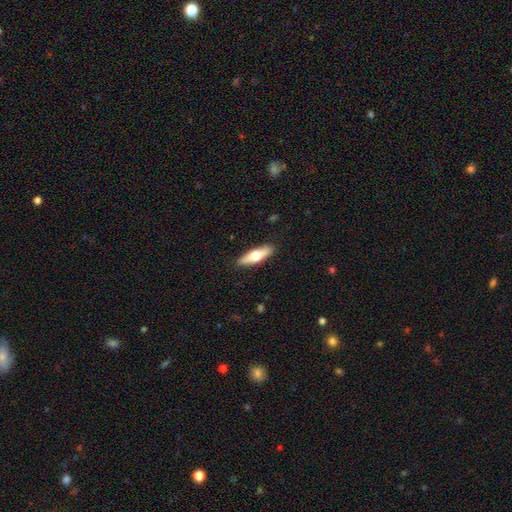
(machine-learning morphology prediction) This is possibly a smooth galaxy (57%). How rounded: possibly cigar-shaped (56%). Merging: clearly none (88%).